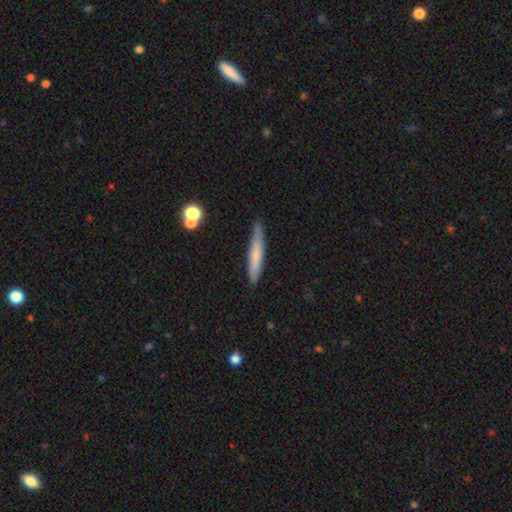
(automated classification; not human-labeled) Smooth or featured: smooth — 66% (featured or disk — 27%)
How rounded: cigar-shaped — 93% (in between — 6%)
Merging: none — 79% (minor disturbance — 16%)